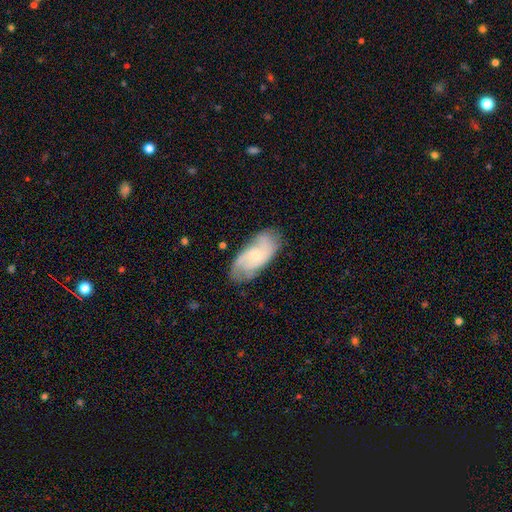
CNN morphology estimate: Smooth or featured?
  - featured or disk: 69% *
  - smooth: 25%
  - star or artifact: 6%
Edge-on disk?
  - no: 95% *
  - yes: 5%
Bar?
  - no: 66% *
  - weak: 29%
  - strong: 5%
Spiral arms?
  - yes: 93% *
  - no: 7%
Spiral winding?
  - medium: 44% *
  - tight: 38%
  - loose: 18%
Spiral arm count?
  - 2: 37% *
  - can't tell: 25%
  - 3: 25%
  - 4: 6%
  - 1: 4%
  - more than 4: 3%
Bulge size?
  - small: 69% *
  - moderate: 23%
  - none: 6%
  - large: 2%
  - dominant: 1%
Merging?
  - none: 70% *
  - minor disturbance: 22%
  - major disturbance: 7%
  - merger: 2%